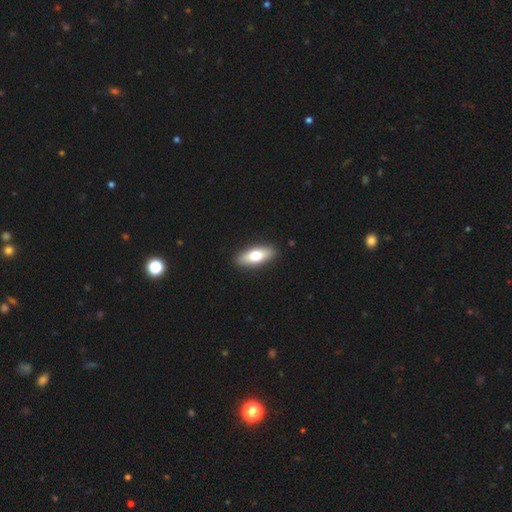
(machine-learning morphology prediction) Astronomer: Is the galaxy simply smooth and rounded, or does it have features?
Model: smooth — 71%.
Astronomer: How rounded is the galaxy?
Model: in between — 78%.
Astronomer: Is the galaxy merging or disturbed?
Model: none — 90%.